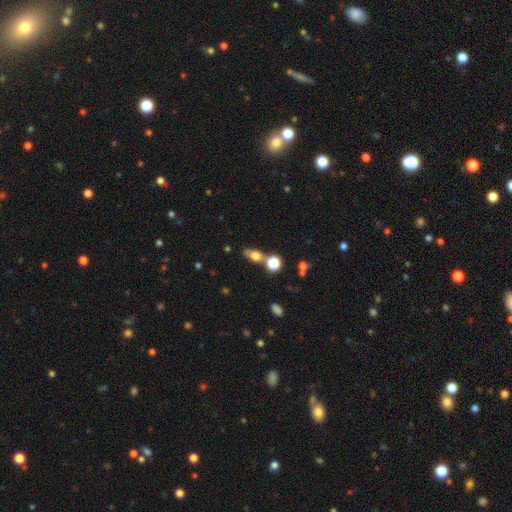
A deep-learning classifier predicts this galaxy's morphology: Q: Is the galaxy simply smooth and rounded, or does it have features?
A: smooth — 63%.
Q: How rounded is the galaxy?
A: in between — 58%.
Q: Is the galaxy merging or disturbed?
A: none — 54%.